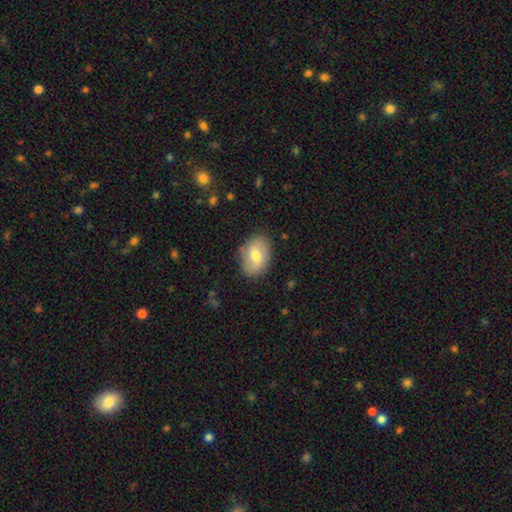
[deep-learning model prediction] Smooth or featured? smooth (63%)
How rounded? in between (82%)
Merging? none (82%)